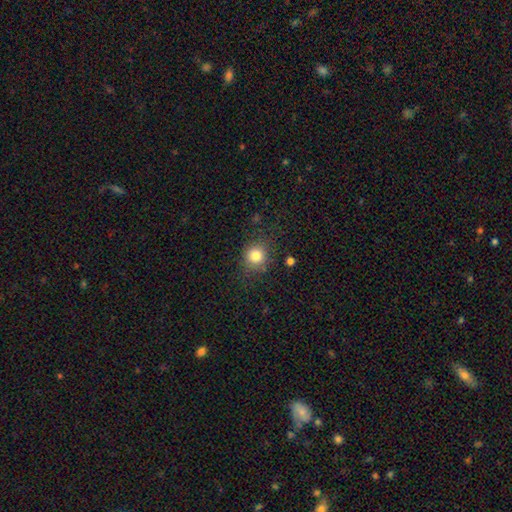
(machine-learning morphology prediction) Smooth or featured? Predicted: smooth (p=0.81). How rounded? Predicted: round (p=0.85). Merging? Predicted: none (p=0.81).